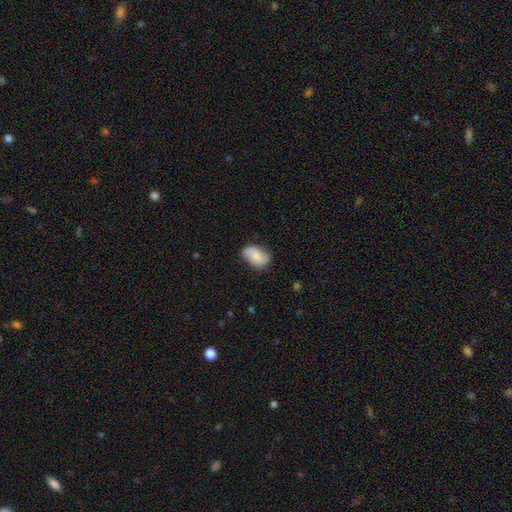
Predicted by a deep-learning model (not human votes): Overall: smooth (71%). How rounded: in between (89%). Merging: none (67%).